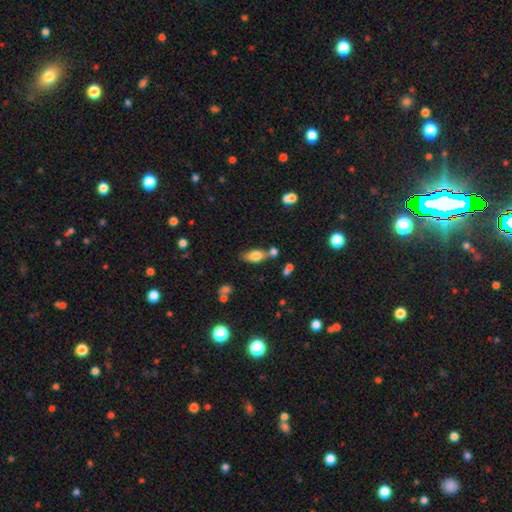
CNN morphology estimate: Overall: smooth (76%). How rounded: in between (85%). Merging: none (60%).